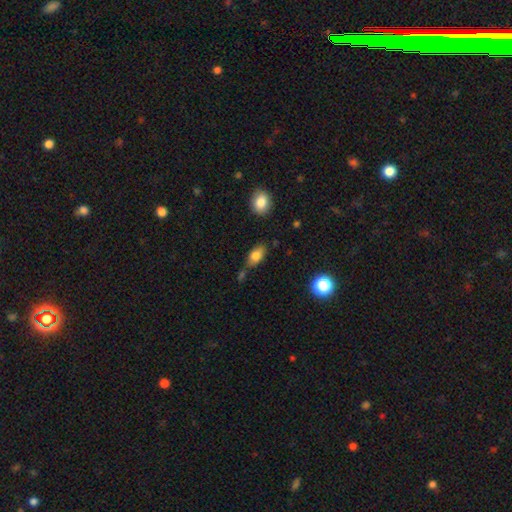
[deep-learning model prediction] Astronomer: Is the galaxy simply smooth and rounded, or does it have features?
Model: smooth — 80%.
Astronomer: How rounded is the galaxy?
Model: in between — 88%.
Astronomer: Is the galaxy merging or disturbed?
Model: none — 62%.